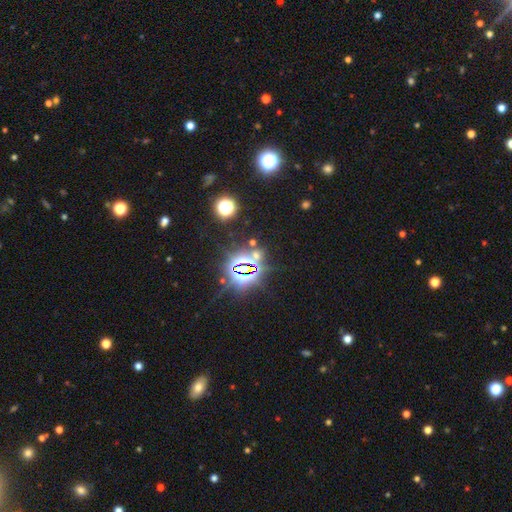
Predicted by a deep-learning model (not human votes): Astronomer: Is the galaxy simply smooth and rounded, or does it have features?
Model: star or artifact — 74%.